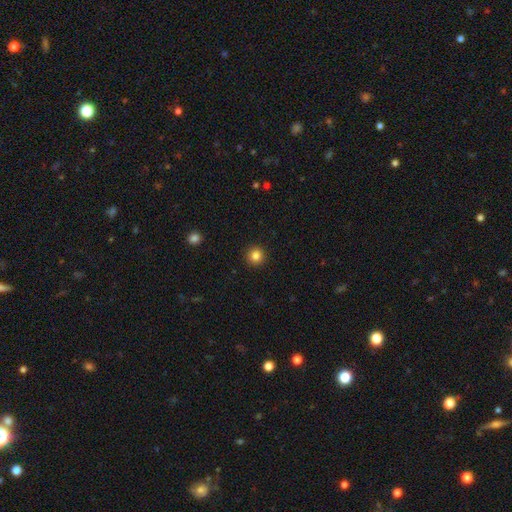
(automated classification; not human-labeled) This is clearly a smooth galaxy (83%). How rounded: clearly round (95%). Merging: clearly none (93%).